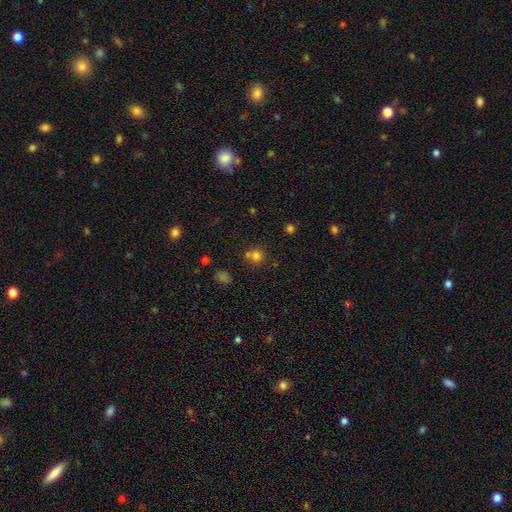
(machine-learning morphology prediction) This appears to be a smooth galaxy with no disk features (76%) that is round (85%). Merging: none (55%).